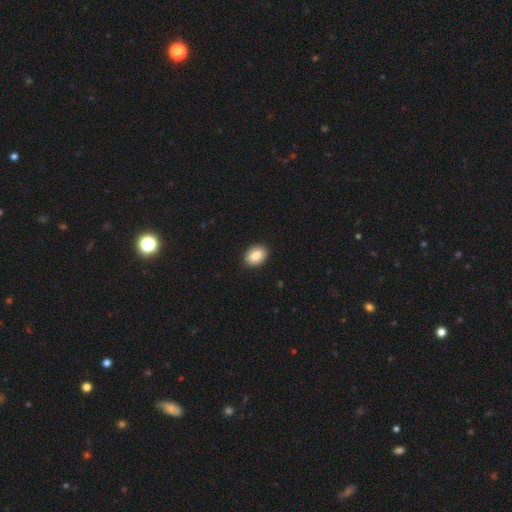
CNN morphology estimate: Q: Smooth or featured?
A: smooth (88%); runner-up: star or artifact (7%)
Q: How rounded?
A: in between (75%); runner-up: round (24%)
Q: Merging?
A: none (91%); runner-up: minor disturbance (7%)